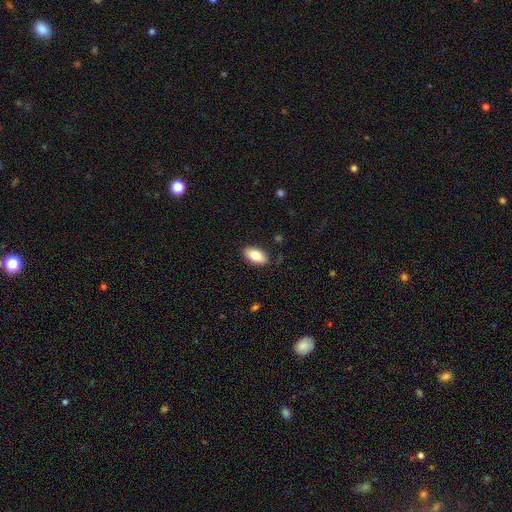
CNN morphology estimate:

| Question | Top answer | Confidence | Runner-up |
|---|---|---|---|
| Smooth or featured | smooth | 82% | featured or disk (11%) |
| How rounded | in between | 93% | cigar-shaped (4%) |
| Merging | none | 86% | minor disturbance (10%) |